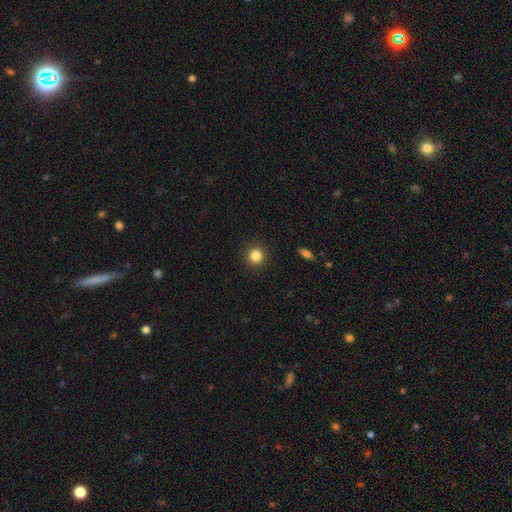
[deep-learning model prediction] smooth 85%, star or artifact 11%, featured or disk 5%. Down the decision tree: how rounded — round (92%); merging — none (91%).